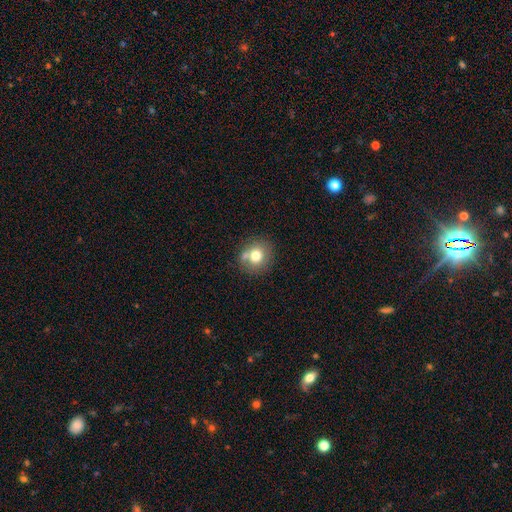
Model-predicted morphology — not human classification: Smooth or featured? Predicted: smooth (p=0.74). How rounded? Predicted: round (p=0.80). Merging? Predicted: none (p=0.64).